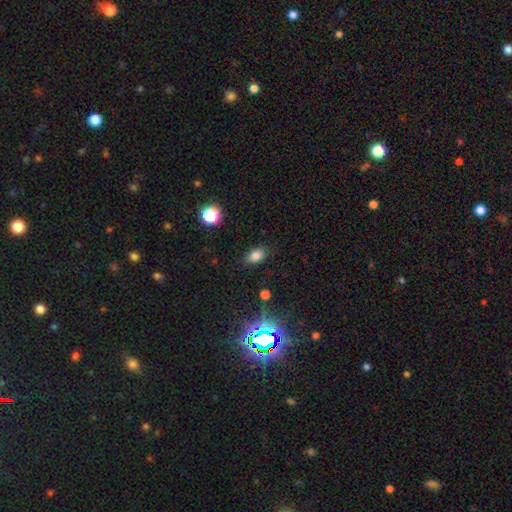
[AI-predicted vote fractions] Smooth or featured?
  - smooth: 79% *
  - star or artifact: 15%
  - featured or disk: 7%
How rounded?
  - in between: 84% *
  - round: 14%
  - cigar-shaped: 2%
Merging?
  - none: 84% *
  - minor disturbance: 11%
  - major disturbance: 3%
  - merger: 2%